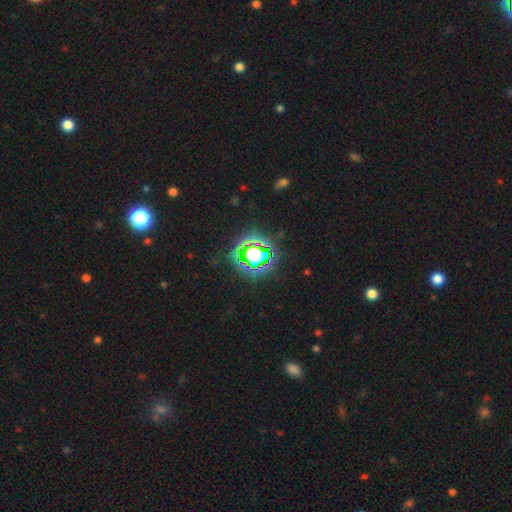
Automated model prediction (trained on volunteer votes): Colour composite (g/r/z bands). It shows a star or artifact, not a galaxy (68%).